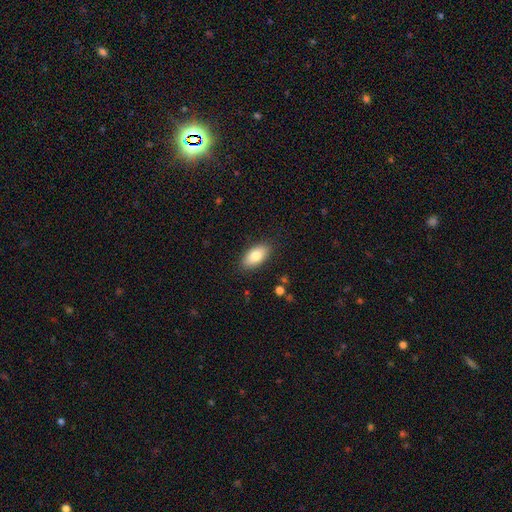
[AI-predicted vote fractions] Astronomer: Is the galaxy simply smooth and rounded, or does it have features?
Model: smooth — 82%.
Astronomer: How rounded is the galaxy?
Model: in between — 92%.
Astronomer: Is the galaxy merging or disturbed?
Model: none — 87%.